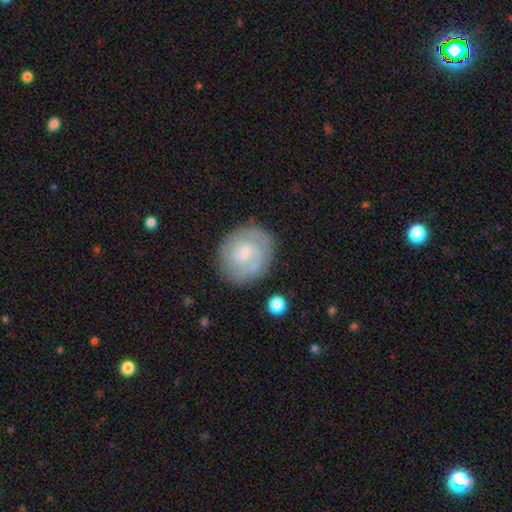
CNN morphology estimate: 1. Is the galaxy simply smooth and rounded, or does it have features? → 62% featured or disk, 31% smooth, 7% star or artifact.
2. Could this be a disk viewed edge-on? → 97% no, 3% yes.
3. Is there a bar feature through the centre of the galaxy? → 51% no, 43% weak, 6% strong.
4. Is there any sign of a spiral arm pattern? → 83% yes, 17% no.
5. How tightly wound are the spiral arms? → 56% tight, 33% medium, 12% loose.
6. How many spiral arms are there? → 49% 2, 29% can't tell, 9% 3, 8% 1, 2% 4, 2% more than 4.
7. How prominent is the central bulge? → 50% small, 34% moderate, 12% none, 3% large, 1% dominant.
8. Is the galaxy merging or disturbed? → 78% none, 15% minor disturbance, 5% major disturbance, 2% merger.